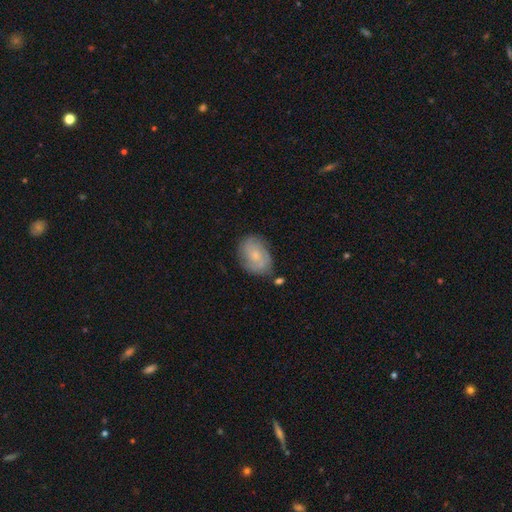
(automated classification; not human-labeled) Smooth or featured? Predicted: featured or disk (p=0.47). Merging? Predicted: none (p=0.70).